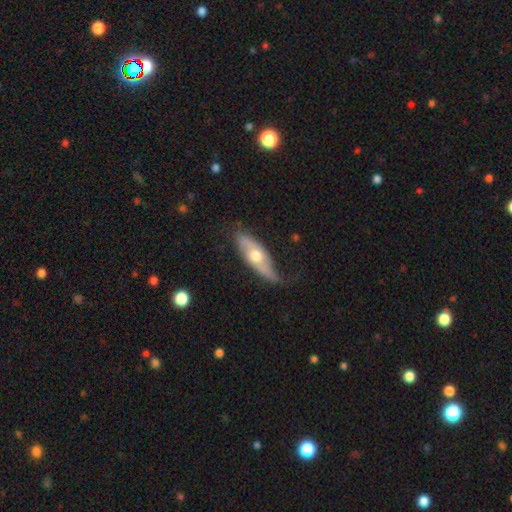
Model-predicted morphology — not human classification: smooth_or_featured: featured or disk (p=0.61) [alt: smooth p=0.34]
disk_edge_on: no (p=0.67) [alt: yes p=0.33]
merging: none (p=0.57) [alt: minor disturbance p=0.31]